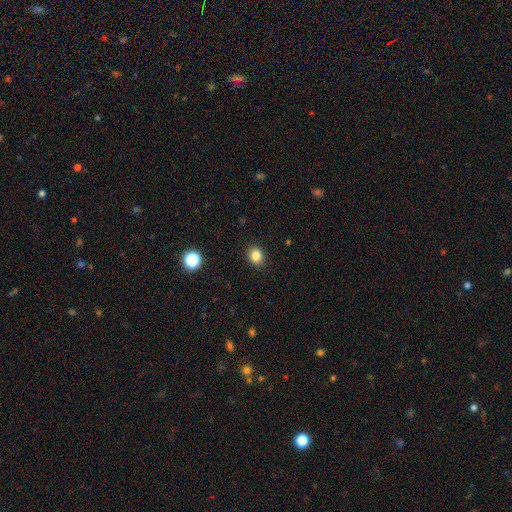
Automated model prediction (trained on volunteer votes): Smooth or featured? Predicted: smooth (p=0.84). How rounded? Predicted: round (p=0.60). Merging? Predicted: none (p=0.89).